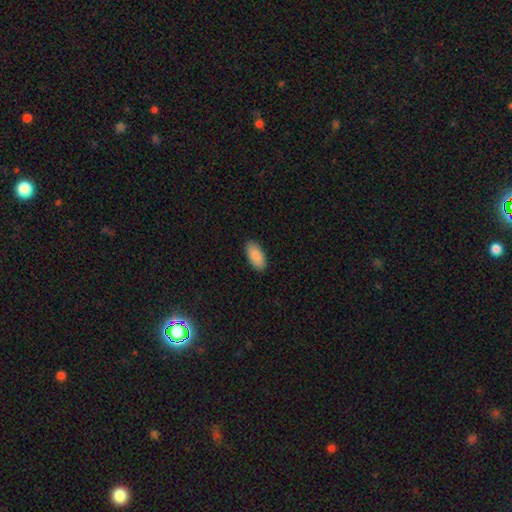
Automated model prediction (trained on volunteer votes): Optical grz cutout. It shows a smooth galaxy with no disk features (87%) that is in between round and cigar-shaped (93%). Merging: none (89%).